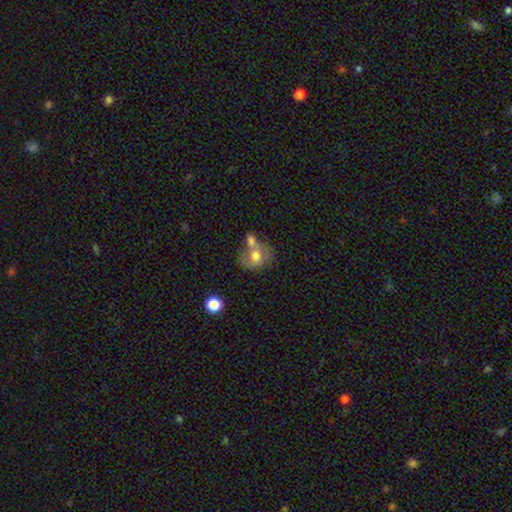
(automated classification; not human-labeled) This appears to be a smooth galaxy with no disk features (61%) that is in between round and cigar-shaped (51%). Merging: merger (49%).